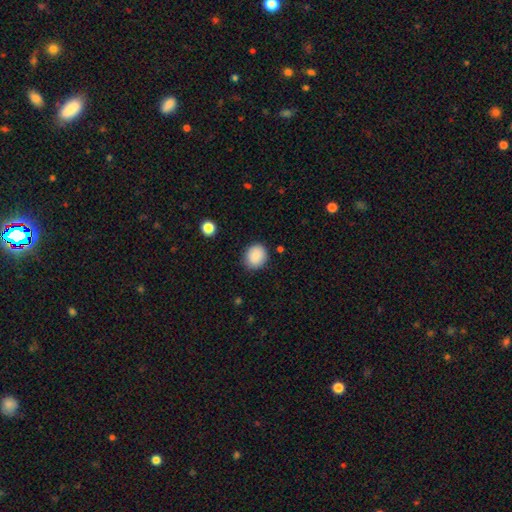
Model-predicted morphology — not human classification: smooth 89%, star or artifact 8%, featured or disk 3%. Down the decision tree: how rounded — round (70%); merging — none (86%).